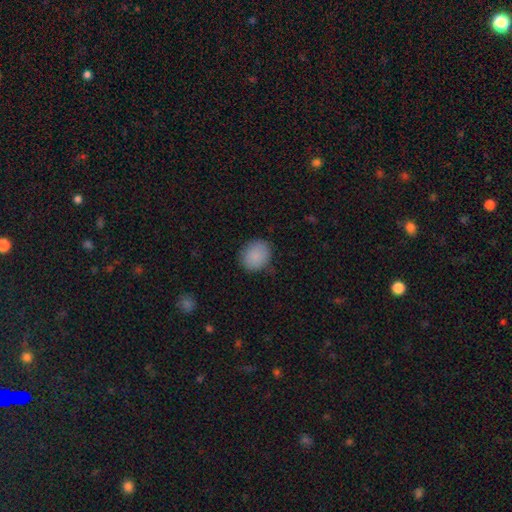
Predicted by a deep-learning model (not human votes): smooth_or_featured: smooth (p=0.87) [alt: star or artifact p=0.08]
how_rounded: round (p=0.66) [alt: in between p=0.33]
merging: none (p=0.79) [alt: minor disturbance p=0.16]